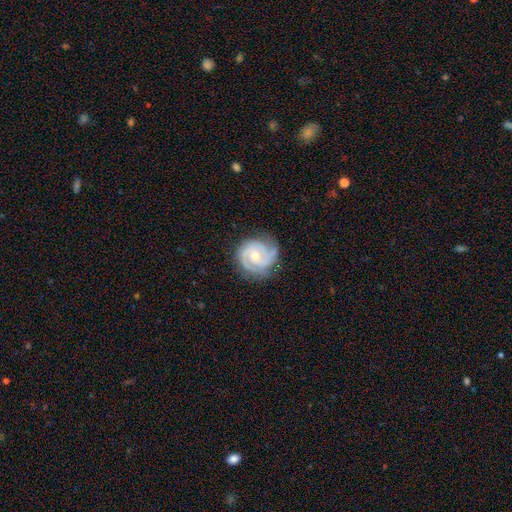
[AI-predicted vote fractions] The model was most divided on "spiral arm count": 2: 40%, 3: 35%, can't tell: 13%, 4: 5%, 1: 4%, more than 4: 4%. More confident: edge-on disk — no (98%); spiral arms — yes (97%); smooth or featured — featured or disk (87%); merging — none (75%); bar — no (67%); spiral winding — tight (65%); bulge size — small (55%).